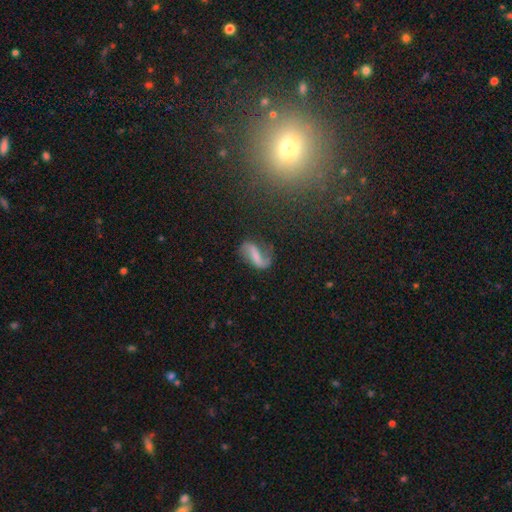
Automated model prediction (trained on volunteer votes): smooth-or-featured: featured or disk: 72% | smooth: 19% | star or artifact: 9%
  disk-edge-on: no: 96% | yes: 4%
    bar: strong: 45% | weak: 33% | no: 22%
    has-spiral-arms: yes: 90% | no: 10%
      spiral-winding: loose: 77% | medium: 17% | tight: 6%
      spiral-arm-count: 2: 87% | 1: 8% | can't tell: 3% | 3: 1% | 4: 1% | more than 4: 1%
    bulge-size: none: 56% | small: 24% | moderate: 14% | large: 4% | dominant: 2%
  merging: none: 63% | minor disturbance: 21% | major disturbance: 13% | merger: 4%